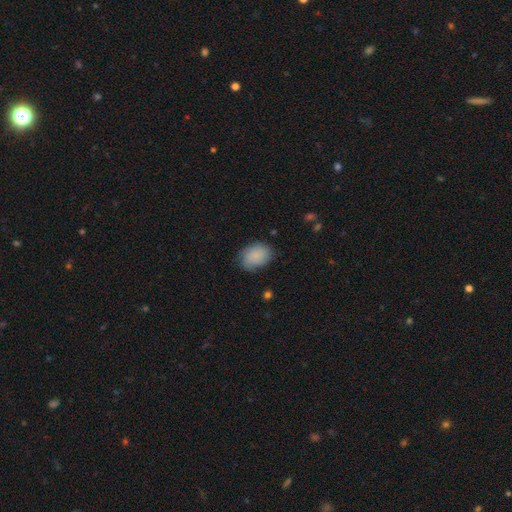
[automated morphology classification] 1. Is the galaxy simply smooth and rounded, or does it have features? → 82% smooth, 11% featured or disk, 7% star or artifact.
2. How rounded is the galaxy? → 72% in between, 27% round, 1% cigar-shaped.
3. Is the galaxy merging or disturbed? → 69% none, 23% minor disturbance, 6% major disturbance, 1% merger.